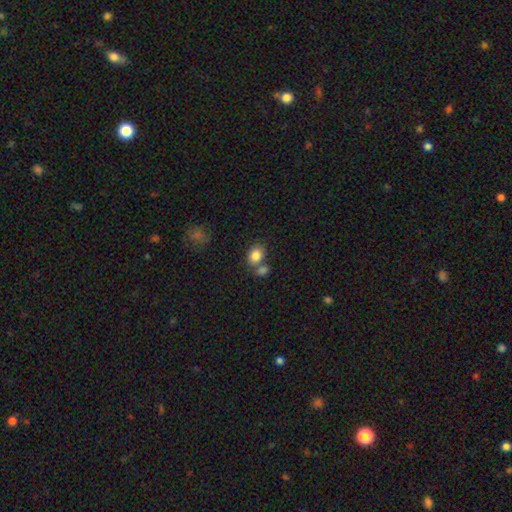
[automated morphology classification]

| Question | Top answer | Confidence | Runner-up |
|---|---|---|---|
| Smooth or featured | smooth | 83% | star or artifact (9%) |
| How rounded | in between | 57% | round (42%) |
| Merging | none | 53% | merger (32%) |